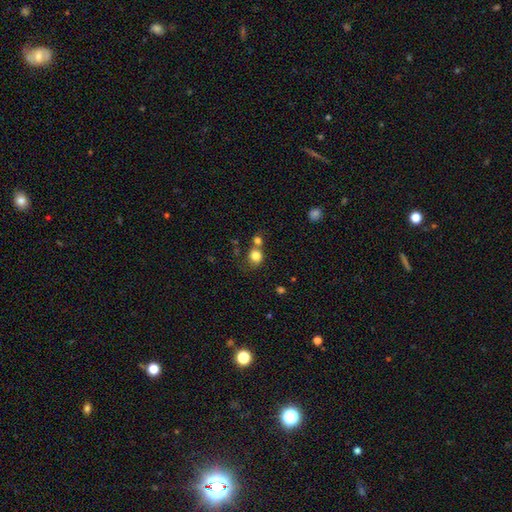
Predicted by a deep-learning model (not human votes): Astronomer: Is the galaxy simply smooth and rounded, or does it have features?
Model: smooth — 81%.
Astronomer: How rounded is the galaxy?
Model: round — 77%.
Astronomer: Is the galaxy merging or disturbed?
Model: none — 49% (runner-up: merger, 31%).